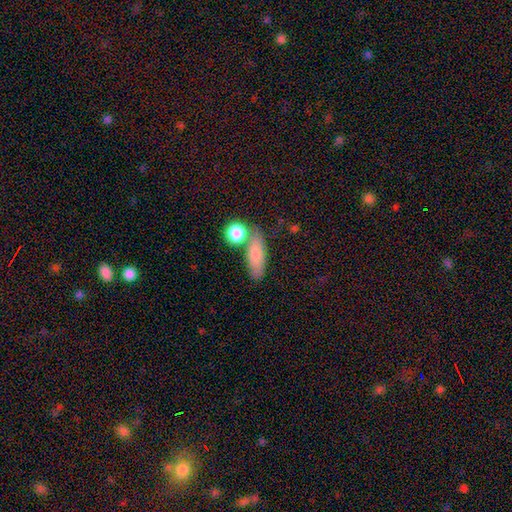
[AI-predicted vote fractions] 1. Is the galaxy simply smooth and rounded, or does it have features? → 80% smooth, 13% featured or disk, 7% star or artifact.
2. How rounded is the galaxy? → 62% in between, 30% cigar-shaped, 8% round.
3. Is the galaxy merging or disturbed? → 62% none, 19% merger, 14% minor disturbance, 5% major disturbance.